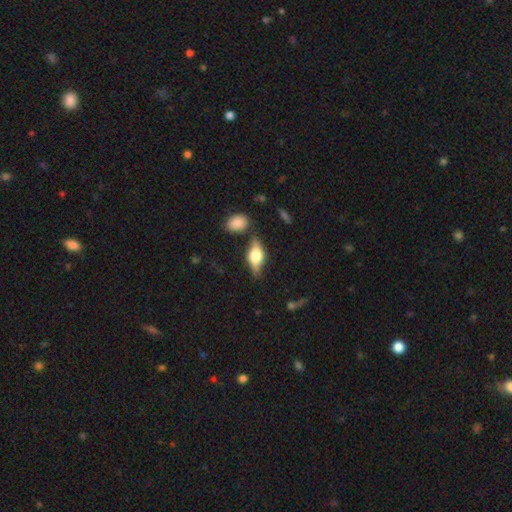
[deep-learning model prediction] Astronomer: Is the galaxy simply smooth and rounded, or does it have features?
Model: featured or disk — 55% (runner-up: smooth, 37%).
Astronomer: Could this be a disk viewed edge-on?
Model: yes — 89%.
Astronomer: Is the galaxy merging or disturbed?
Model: none — 76%.